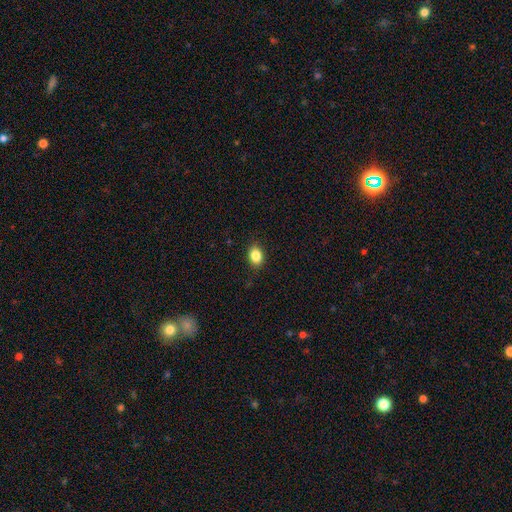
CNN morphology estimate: A smooth galaxy with no disk features (85%) that is in between round and cigar-shaped (66%). Merging: none (87%).